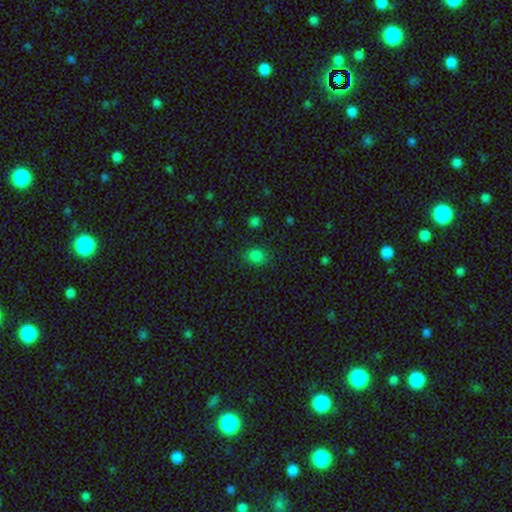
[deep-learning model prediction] smooth-or-featured: smooth: 81% | star or artifact: 14% | featured or disk: 4%
  how-rounded: round: 56% | in between: 43% | cigar-shaped: 1%
  merging: none: 80% | minor disturbance: 14% | major disturbance: 4% | merger: 2%